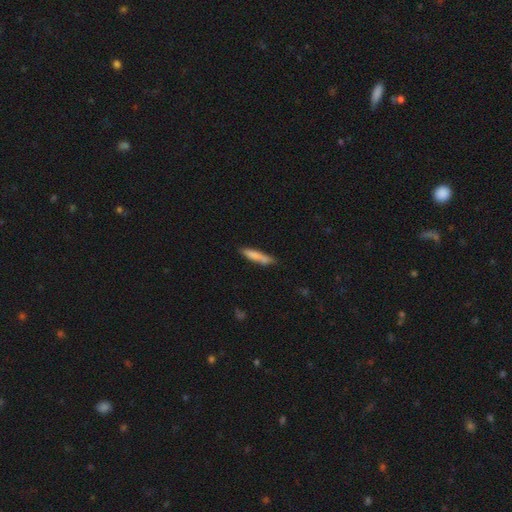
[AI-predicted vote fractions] This appears to be a smooth galaxy with no disk features (77%) that is cigar-shaped (84%). Merging: none (64%).